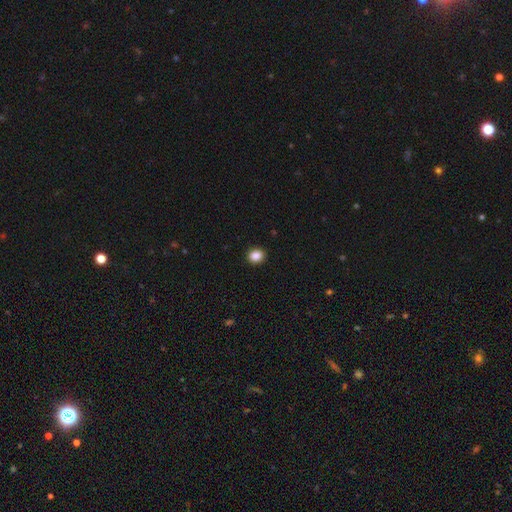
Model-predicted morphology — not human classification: smooth-or-featured: smooth: 87% | star or artifact: 10% | featured or disk: 3%
  how-rounded: round: 73% | in between: 26% | cigar-shaped: 1%
  merging: none: 92% | minor disturbance: 5% | major disturbance: 2% | merger: 1%